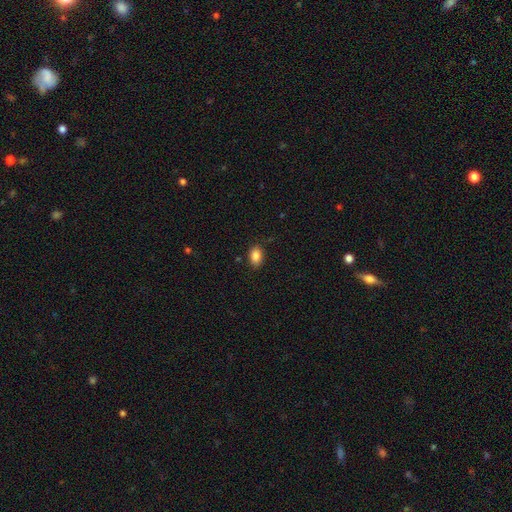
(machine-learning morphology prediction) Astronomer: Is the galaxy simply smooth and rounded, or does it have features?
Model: smooth — 87%.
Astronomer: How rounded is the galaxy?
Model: in between — 85%.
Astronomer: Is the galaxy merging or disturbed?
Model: none — 84%.